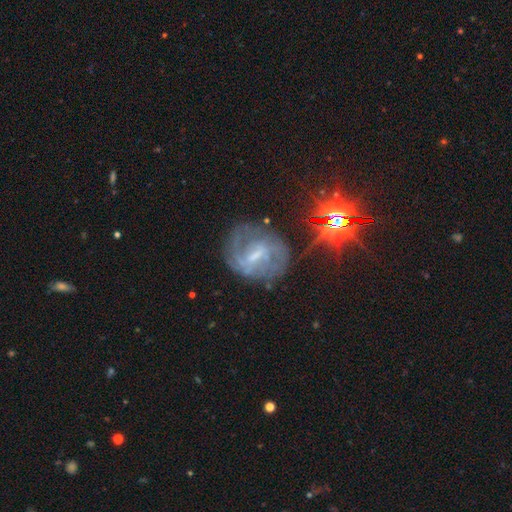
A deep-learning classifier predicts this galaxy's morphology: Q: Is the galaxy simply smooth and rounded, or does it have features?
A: featured or disk — 71%.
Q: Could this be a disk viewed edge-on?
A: no — 96%.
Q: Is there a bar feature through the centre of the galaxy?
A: weak — 48%.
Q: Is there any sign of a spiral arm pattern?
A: yes — 82%.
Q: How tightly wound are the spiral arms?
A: tight — 41%.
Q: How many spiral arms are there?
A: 2 — 41%.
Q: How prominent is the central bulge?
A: small — 44%.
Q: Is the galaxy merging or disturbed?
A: none — 65%.